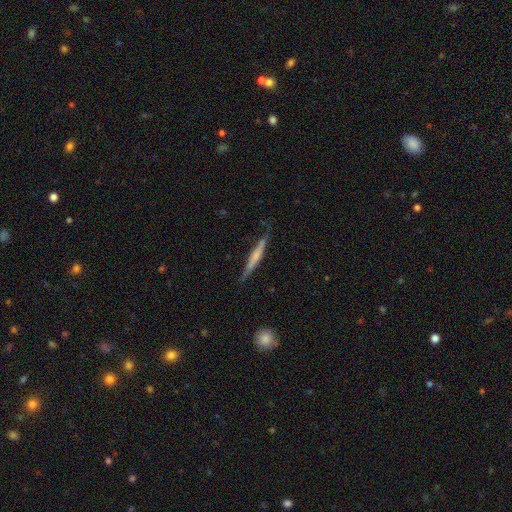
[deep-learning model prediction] featured or disk 54%, smooth 41%, star or artifact 6%. Down the decision tree: edge-on disk — yes (95%); edge-on bulge — none (48%); merging — none (76%).